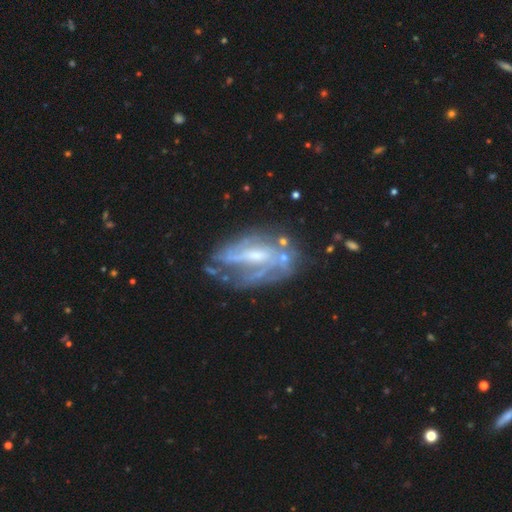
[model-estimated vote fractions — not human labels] smooth-or-featured: featured or disk: 80% | smooth: 12% | star or artifact: 8%
  disk-edge-on: no: 92% | yes: 8%
    bar: weak: 42% | no: 30% | strong: 28%
    has-spiral-arms: yes: 79% | no: 21%
      spiral-winding: medium: 40% | tight: 39% | loose: 22%
      spiral-arm-count: can't tell: 40% | 2: 31% | 3: 12% | 1: 9% | 4: 4% | more than 4: 3%
    bulge-size: moderate: 41% | small: 35% | none: 16% | large: 7% | dominant: 1%
  merging: none: 53% | minor disturbance: 22% | major disturbance: 20% | merger: 6%